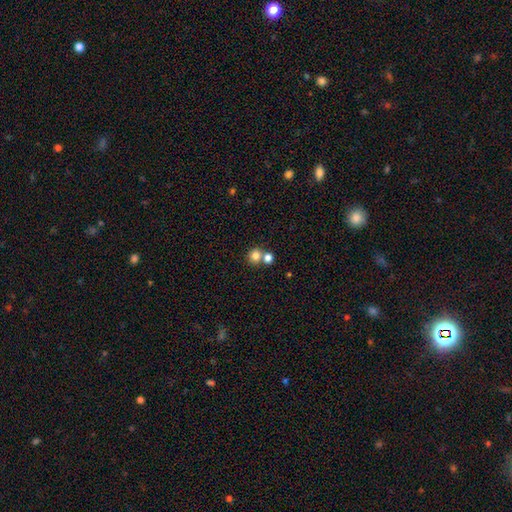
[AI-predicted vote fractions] A smooth galaxy with no disk features (81%) that is round (89%).

Vote fractions:
- Smooth or featured? smooth: 81% / star or artifact: 12% / featured or disk: 7%
- How rounded? round: 89% / in between: 10% / cigar-shaped: 1%
- Merging? none: 56% / merger: 36% / minor disturbance: 6% / major disturbance: 2%